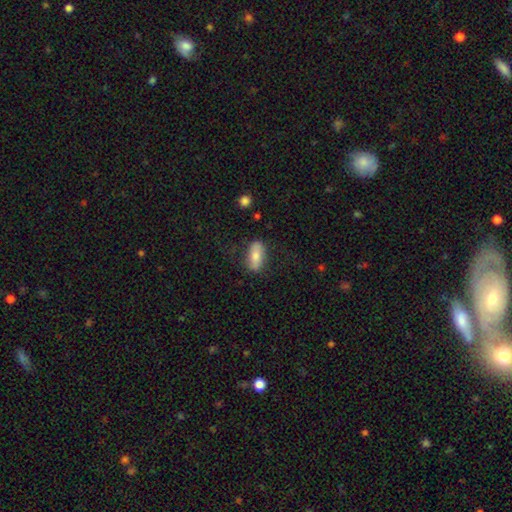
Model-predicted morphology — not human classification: A smooth galaxy with no disk features (73%) that is in between round and cigar-shaped (80%). Merging: none (76%).